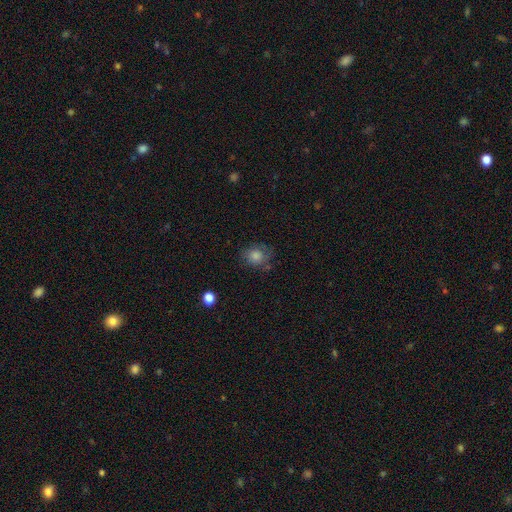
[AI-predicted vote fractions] This is likely a smooth galaxy (68%). How rounded: likely round (71%). Merging: likely none (69%).